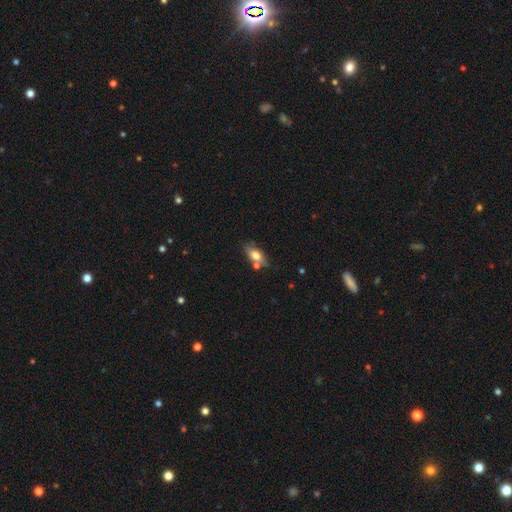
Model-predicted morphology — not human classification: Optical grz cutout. It shows a smooth galaxy with no disk features (67%) that is in between round and cigar-shaped (83%). Merging: none (60%).